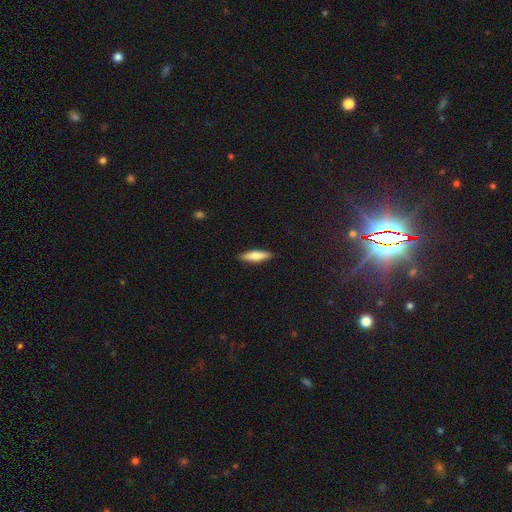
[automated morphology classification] smooth-or-featured: smooth: 72% | featured or disk: 22% | star or artifact: 6%
  how-rounded: cigar-shaped: 68% | in between: 30% | round: 2%
  merging: none: 90% | minor disturbance: 8% | major disturbance: 2% | merger: 1%